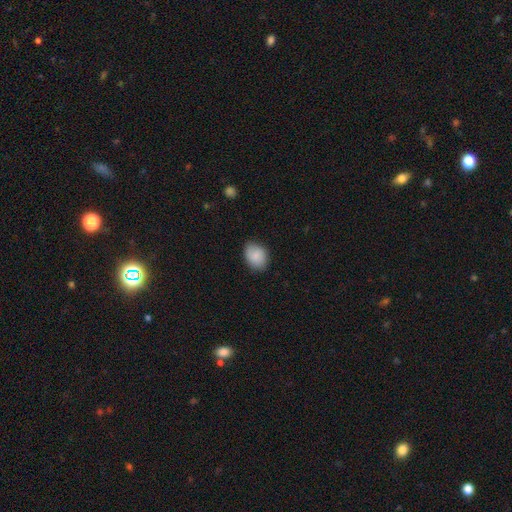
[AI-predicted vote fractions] Smooth or featured? Predicted: smooth (p=0.86). How rounded? Predicted: in between (p=0.67). Merging? Predicted: none (p=0.78).